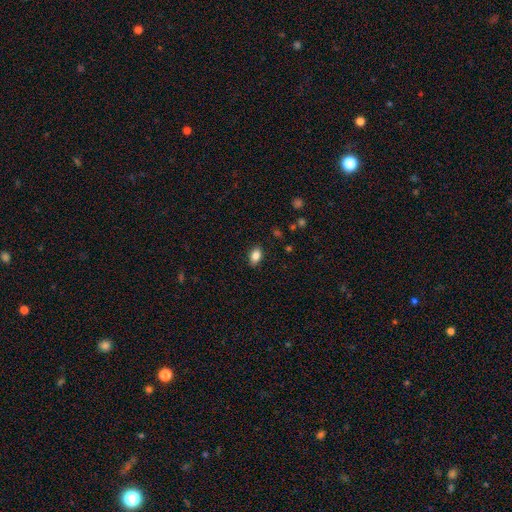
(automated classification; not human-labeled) smooth 85%, star or artifact 9%, featured or disk 7%. Down the decision tree: how rounded — in between (88%); merging — none (86%).